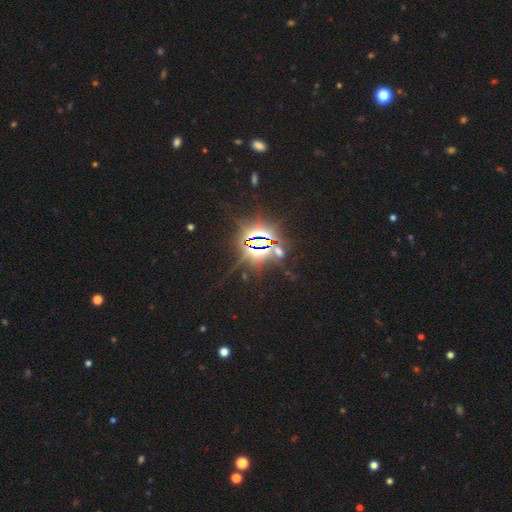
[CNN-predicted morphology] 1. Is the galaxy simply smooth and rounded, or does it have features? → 85% star or artifact, 8% featured or disk, 7% smooth.